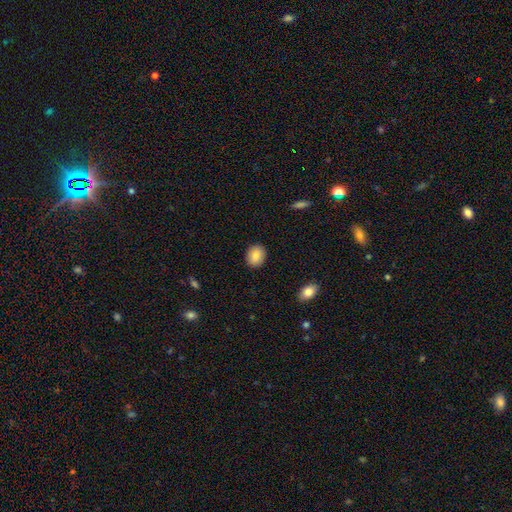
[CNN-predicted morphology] Smooth or featured?
  - smooth: 85% *
  - featured or disk: 8%
  - star or artifact: 7%
How rounded?
  - round: 50% *
  - in between: 49%
  - cigar-shaped: 1%
Merging?
  - none: 89% *
  - minor disturbance: 8%
  - major disturbance: 2%
  - merger: 1%